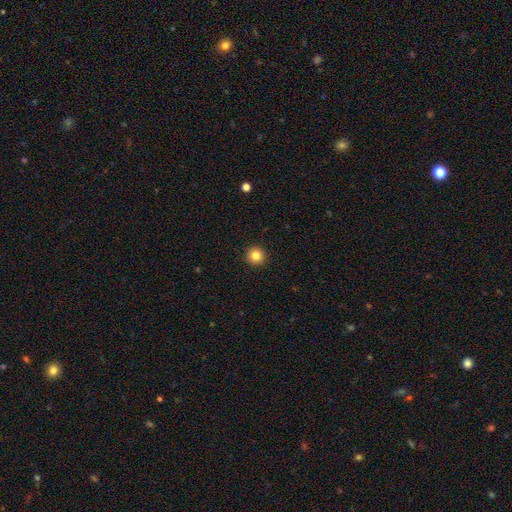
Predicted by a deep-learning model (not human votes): A smooth galaxy with no disk features (84%) that is round (94%).

Vote fractions:
- Smooth or featured? smooth: 84% / star or artifact: 11% / featured or disk: 5%
- How rounded? round: 94% / in between: 5% / cigar-shaped: 1%
- Merging? none: 93% / minor disturbance: 4% / major disturbance: 2% / merger: 1%